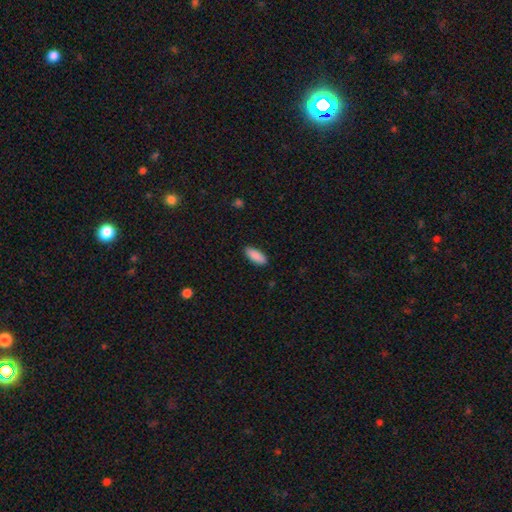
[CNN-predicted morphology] Smooth or featured? smooth (90%)
How rounded? in between (78%)
Merging? none (88%)